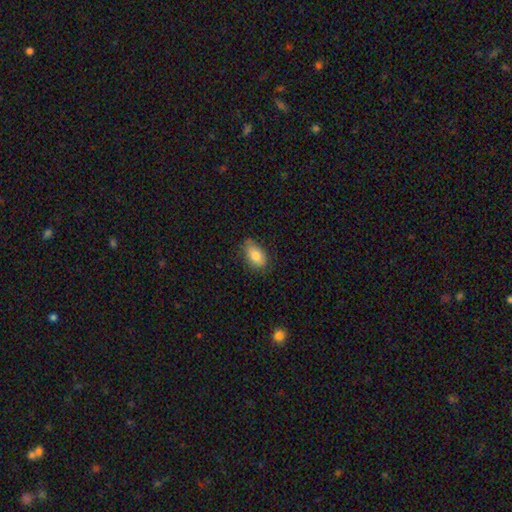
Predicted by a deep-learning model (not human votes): This appears to be a smooth galaxy with no disk features (82%) that is in between round and cigar-shaped (91%). Merging: none (75%).